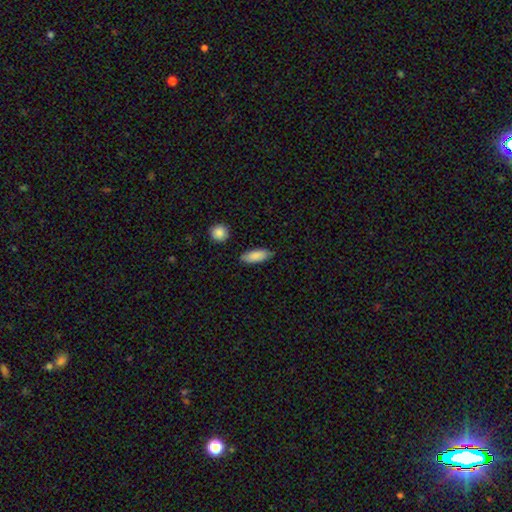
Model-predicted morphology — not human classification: This appears to be a smooth galaxy with no disk features (86%) that is in between round and cigar-shaped (76%). Merging: none (82%).